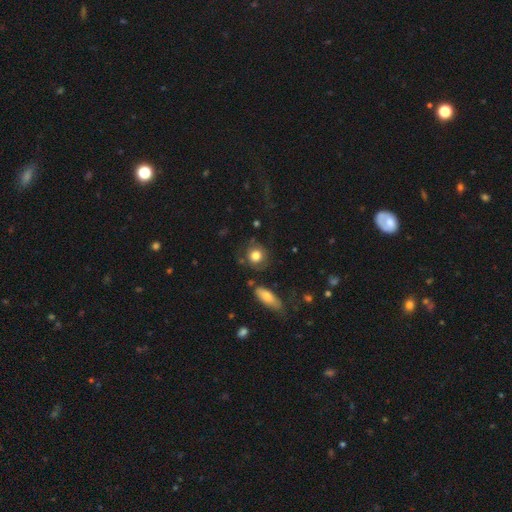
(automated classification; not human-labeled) Smooth or featured: smooth — 77% (featured or disk — 14%)
How rounded: round — 80% (in between — 18%)
Merging: none — 71% (minor disturbance — 16%)